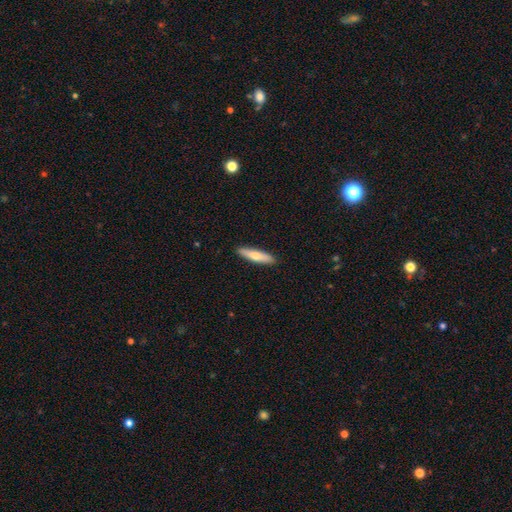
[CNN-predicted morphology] Q: Smooth or featured?
A: smooth (66%); runner-up: featured or disk (29%)
Q: How rounded?
A: cigar-shaped (79%); runner-up: in between (19%)
Q: Merging?
A: none (91%); runner-up: minor disturbance (7%)